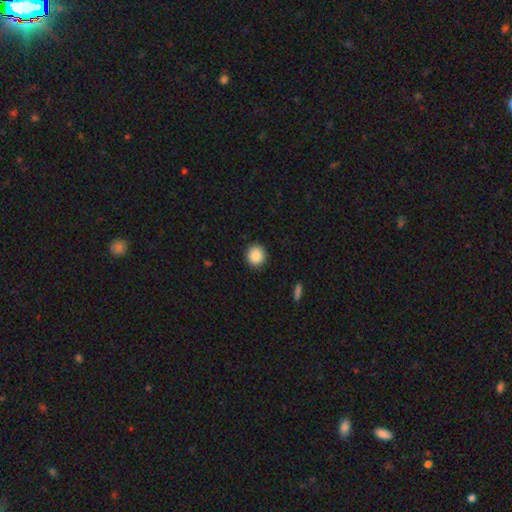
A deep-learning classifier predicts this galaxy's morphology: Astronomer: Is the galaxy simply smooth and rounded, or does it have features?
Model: smooth — 88%.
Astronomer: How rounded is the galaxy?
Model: round — 89%.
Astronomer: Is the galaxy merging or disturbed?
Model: none — 91%.